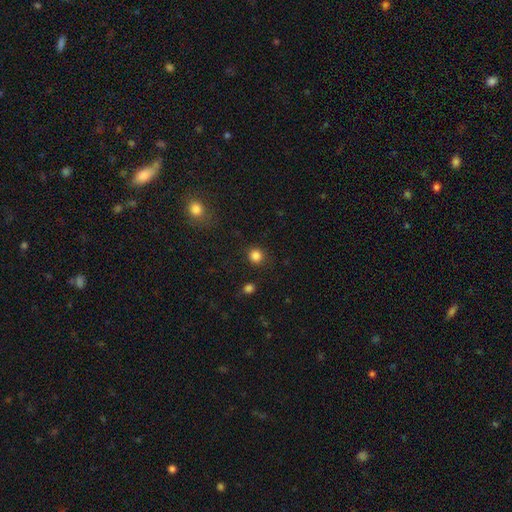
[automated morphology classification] Smooth or featured?
  - smooth: 84% *
  - star or artifact: 12%
  - featured or disk: 3%
How rounded?
  - round: 90% *
  - in between: 9%
  - cigar-shaped: 1%
Merging?
  - none: 87% *
  - minor disturbance: 8%
  - major disturbance: 3%
  - merger: 2%